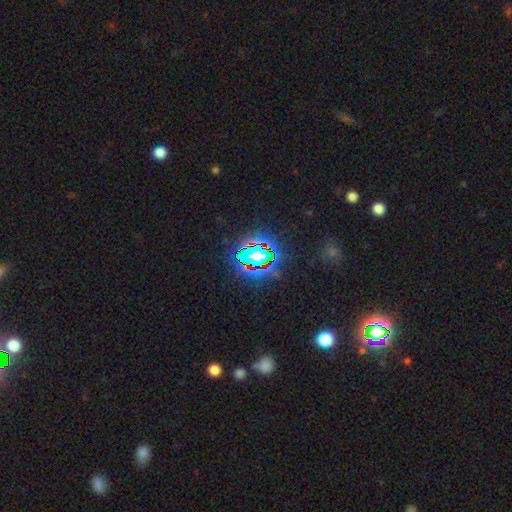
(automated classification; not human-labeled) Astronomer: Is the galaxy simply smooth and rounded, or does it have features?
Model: star or artifact — 66%.